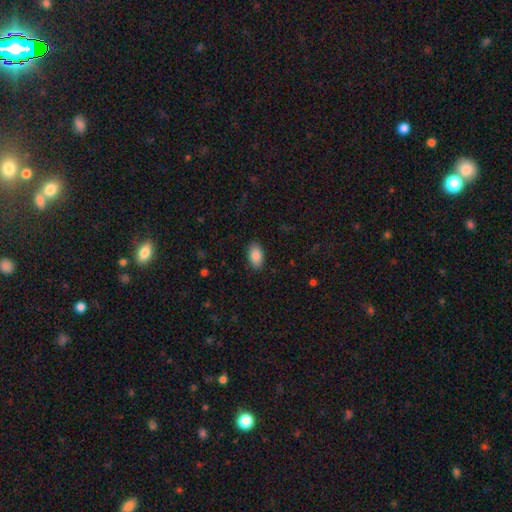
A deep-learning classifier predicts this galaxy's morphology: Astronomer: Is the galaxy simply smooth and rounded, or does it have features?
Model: smooth — 87%.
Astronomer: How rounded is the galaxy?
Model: in between — 93%.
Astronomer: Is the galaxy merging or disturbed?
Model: none — 88%.